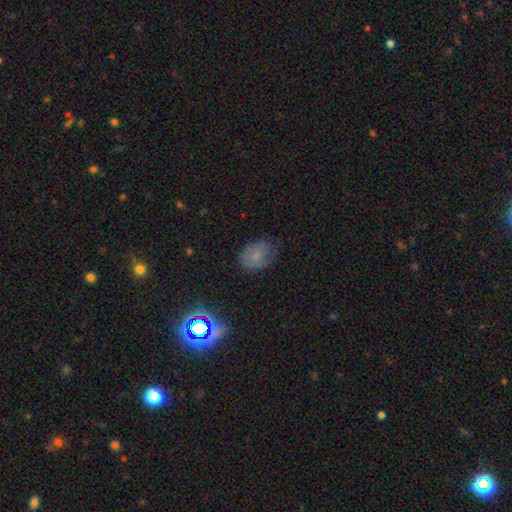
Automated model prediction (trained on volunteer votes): A smooth galaxy with no disk features (60%) that is in between round and cigar-shaped (68%).

Vote fractions:
- Smooth or featured? smooth: 60% / featured or disk: 25% / star or artifact: 15%
- How rounded? in between: 68% / round: 31% / cigar-shaped: 1%
- Merging? none: 64% / minor disturbance: 25% / major disturbance: 9% / merger: 1%